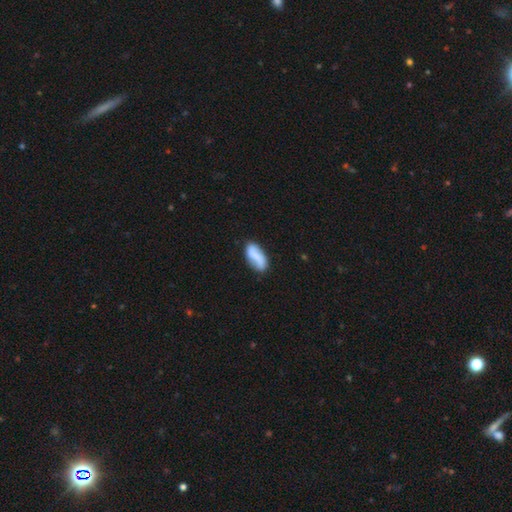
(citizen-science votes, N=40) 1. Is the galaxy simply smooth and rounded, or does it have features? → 50% smooth, 42% featured or disk, 8% star or artifact.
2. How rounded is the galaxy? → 80% in between, 20% cigar-shaped, 0% round.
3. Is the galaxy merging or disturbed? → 78% none, 8% major disturbance, 8% merger, 5% minor disturbance.